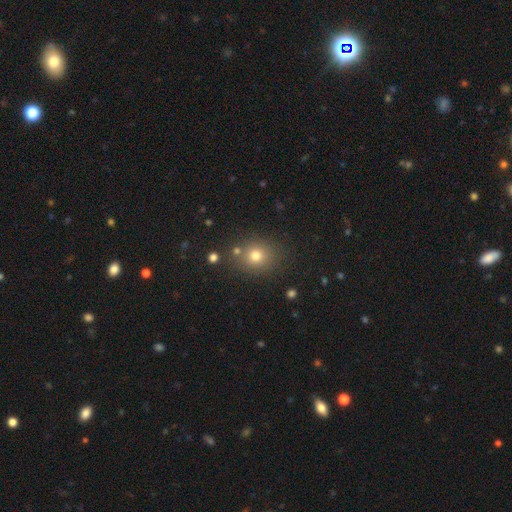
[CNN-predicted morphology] smooth_or_featured: smooth (p=0.76) [alt: star or artifact p=0.15]
how_rounded: round (p=0.76) [alt: in between p=0.23]
merging: none (p=0.78) [alt: minor disturbance p=0.10]